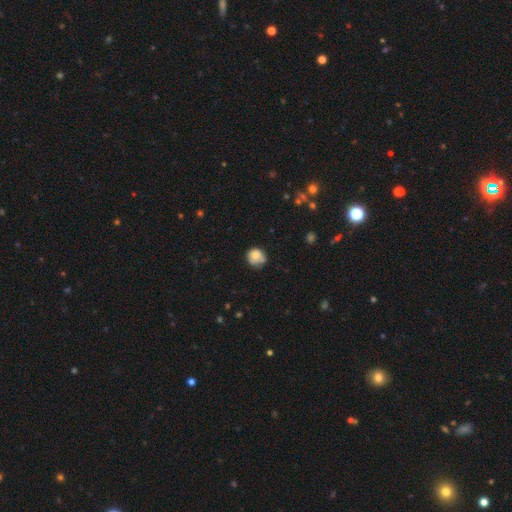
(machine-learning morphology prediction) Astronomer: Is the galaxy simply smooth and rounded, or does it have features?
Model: smooth — 75%.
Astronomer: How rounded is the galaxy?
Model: round — 80%.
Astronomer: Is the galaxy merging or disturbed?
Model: none — 57%.